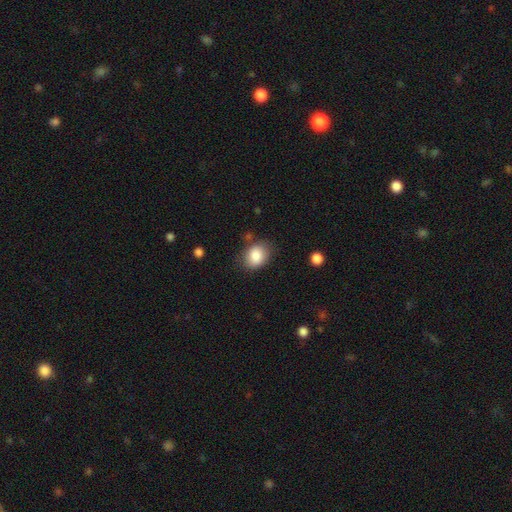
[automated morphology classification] smooth_or_featured: smooth (p=0.85) [alt: star or artifact p=0.08]
how_rounded: in between (p=0.57) [alt: round p=0.42]
merging: none (p=0.77) [alt: minor disturbance p=0.16]